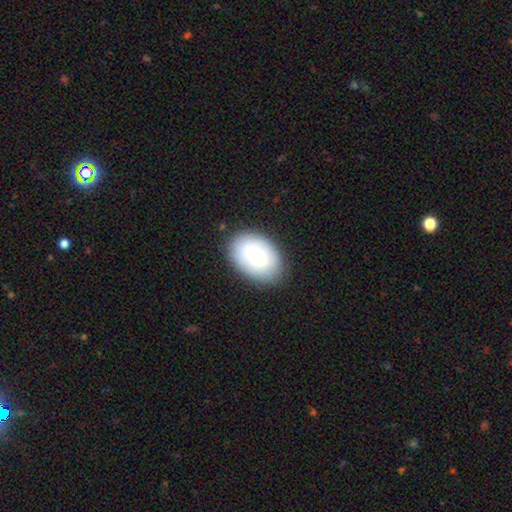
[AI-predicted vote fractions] Smooth or featured? smooth (64%)
How rounded? in between (85%)
Merging? none (85%)